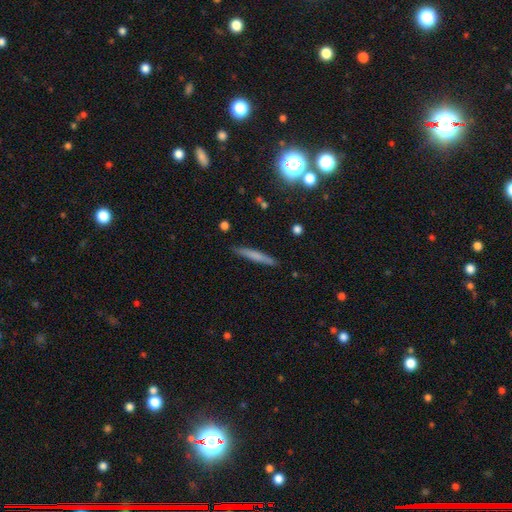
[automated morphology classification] type=smooth (62%); roundness=cigar-shaped (94%); merging=none (89%).